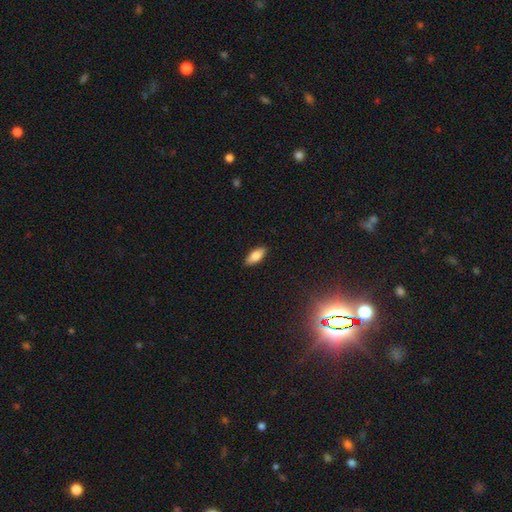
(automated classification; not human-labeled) Smooth or featured? Predicted: smooth (p=0.77). How rounded? Predicted: in between (p=0.78). Merging? Predicted: none (p=0.89).